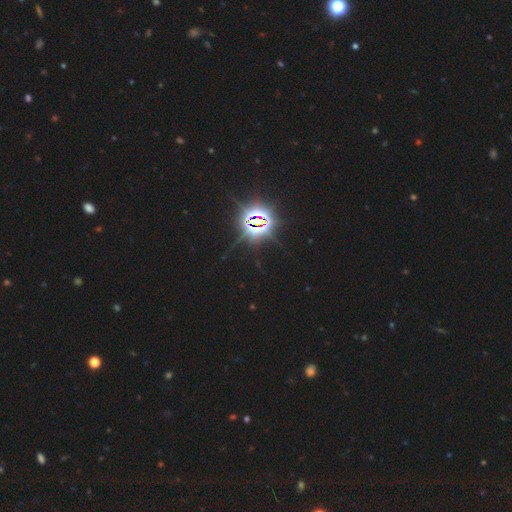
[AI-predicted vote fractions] This is clearly a star or artifact rather than a galaxy (86%).